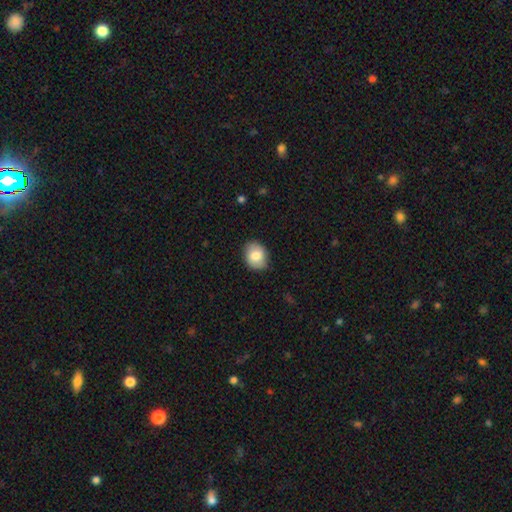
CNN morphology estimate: smooth 80%, featured or disk 13%, star or artifact 7%. Down the decision tree: how rounded — in between (57%); merging — none (86%).